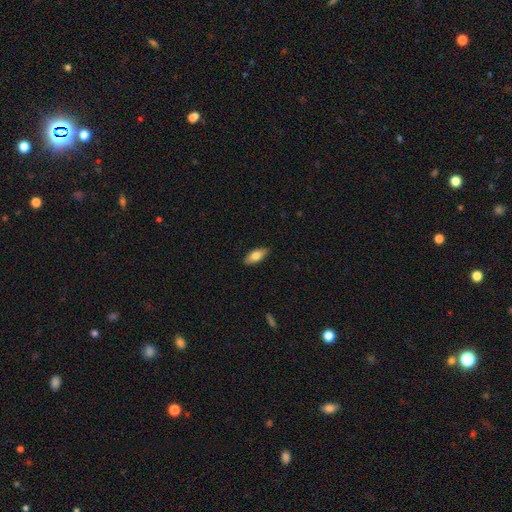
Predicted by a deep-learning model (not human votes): Smooth or featured? Predicted: smooth (p=0.76). How rounded? Predicted: in between (p=0.82). Merging? Predicted: none (p=0.88).